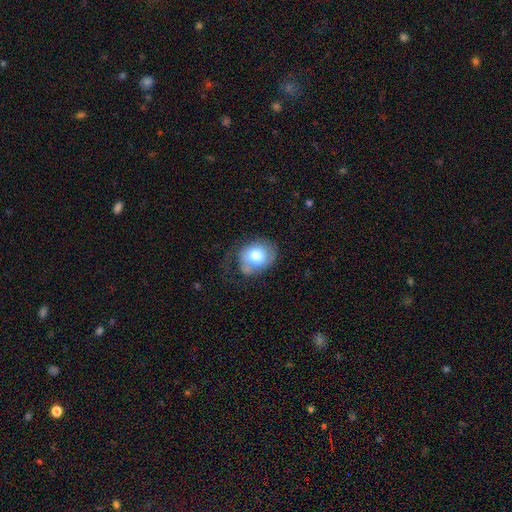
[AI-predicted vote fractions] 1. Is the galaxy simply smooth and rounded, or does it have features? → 67% smooth, 26% featured or disk, 7% star or artifact.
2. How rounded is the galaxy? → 51% round, 48% in between, 1% cigar-shaped.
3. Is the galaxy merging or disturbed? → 43% none, 32% minor disturbance, 23% major disturbance, 2% merger.